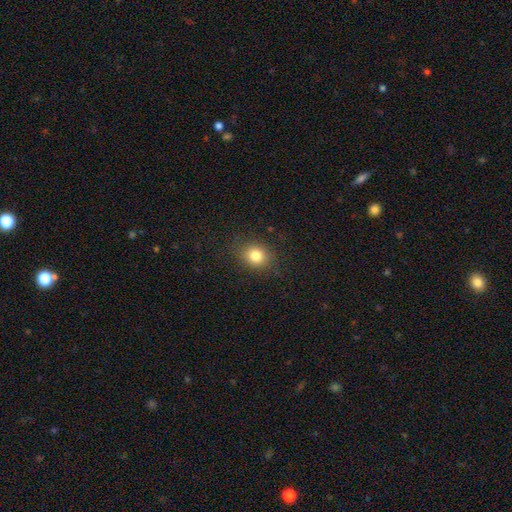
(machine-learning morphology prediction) smooth 82%, star or artifact 12%, featured or disk 7%. Down the decision tree: how rounded — round (69%); merging — none (87%).